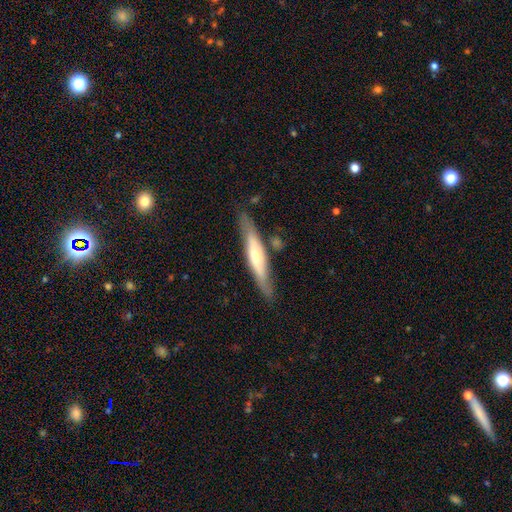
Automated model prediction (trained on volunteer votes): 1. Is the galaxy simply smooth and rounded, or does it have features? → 56% featured or disk, 39% smooth, 6% star or artifact.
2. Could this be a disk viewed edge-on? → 83% yes, 17% no.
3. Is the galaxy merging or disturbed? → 80% none, 13% minor disturbance, 4% merger, 3% major disturbance.